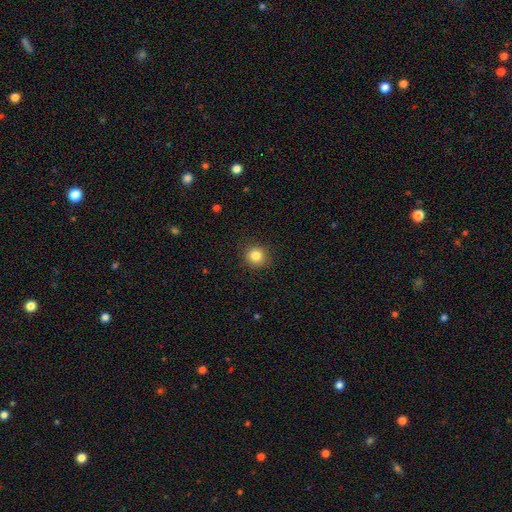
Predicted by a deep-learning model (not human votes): A smooth galaxy with no disk features (84%) that is round (91%). Merging: none (91%).